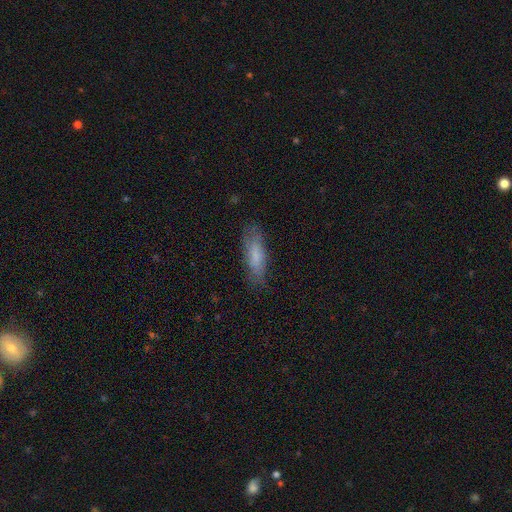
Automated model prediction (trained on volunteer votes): A smooth galaxy with no disk features (73%) that is cigar-shaped (50%). Merging: none (77%).